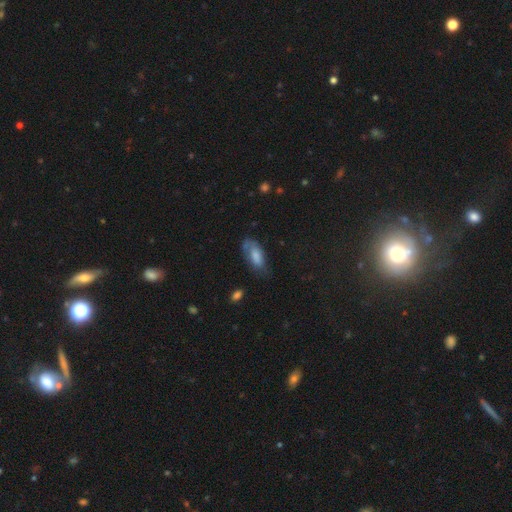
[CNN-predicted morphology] This appears to be a smooth galaxy with no disk features (71%) that is in between round and cigar-shaped (87%). Merging: none (49%).